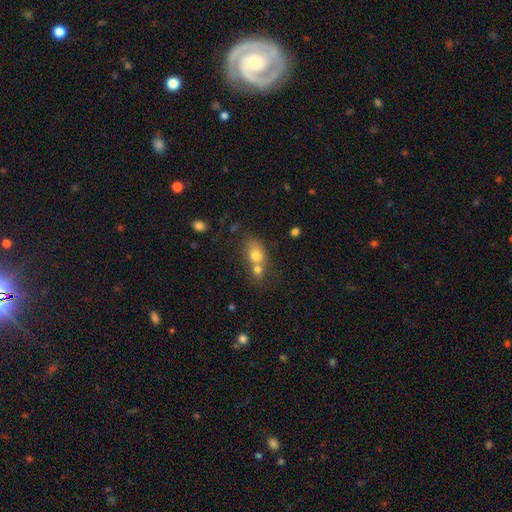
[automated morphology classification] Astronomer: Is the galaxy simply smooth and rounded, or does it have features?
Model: smooth — 71%.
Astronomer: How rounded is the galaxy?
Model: in between — 60% (runner-up: round, 37%).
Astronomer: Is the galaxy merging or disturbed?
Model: merger — 61%.